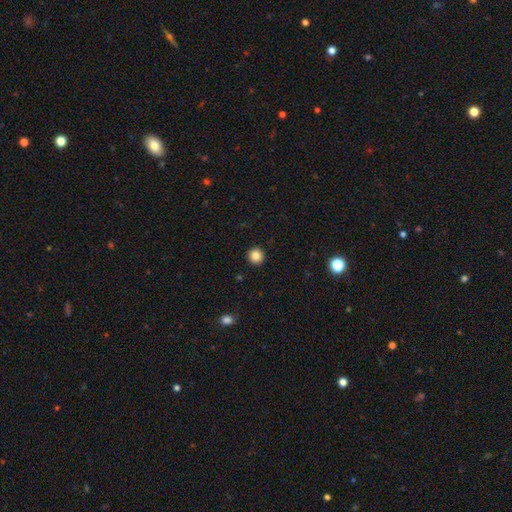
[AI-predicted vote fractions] Smooth or featured?
  - smooth: 84% *
  - star or artifact: 10%
  - featured or disk: 5%
How rounded?
  - round: 94% *
  - in between: 5%
  - cigar-shaped: 1%
Merging?
  - none: 93% *
  - minor disturbance: 4%
  - major disturbance: 2%
  - merger: 1%